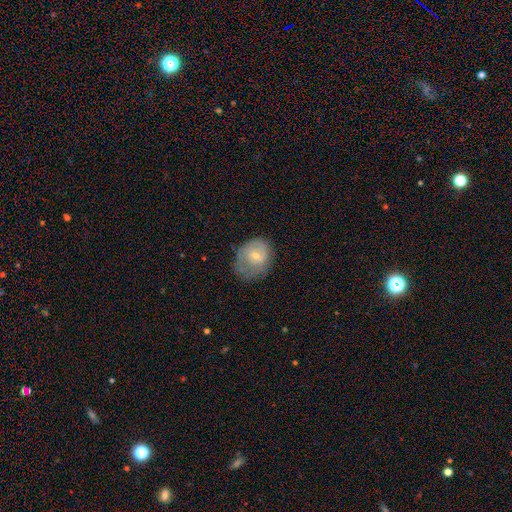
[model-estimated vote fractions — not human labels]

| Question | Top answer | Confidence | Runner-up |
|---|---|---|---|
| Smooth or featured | smooth | 55% | featured or disk (37%) |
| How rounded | round | 55% | in between (44%) |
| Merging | none | 44% | minor disturbance (32%) |